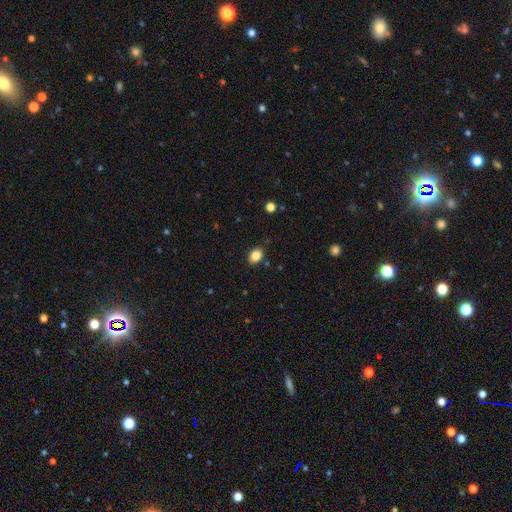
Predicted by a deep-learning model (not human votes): smooth-or-featured: smooth: 85% | star or artifact: 10% | featured or disk: 5%
  how-rounded: in between: 62% | round: 37% | cigar-shaped: 1%
  merging: none: 87% | minor disturbance: 9% | major disturbance: 2% | merger: 2%